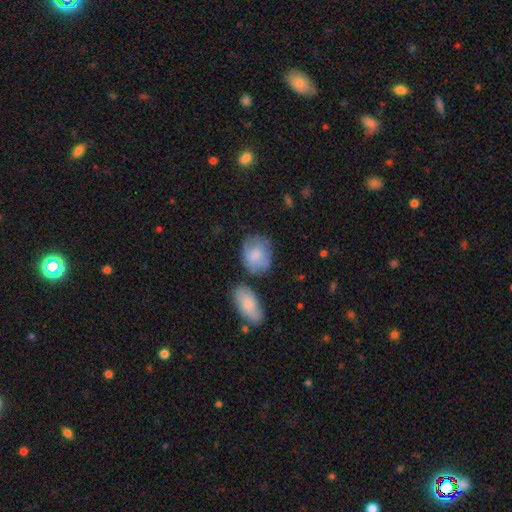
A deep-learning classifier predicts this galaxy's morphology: smooth_or_featured: smooth (p=0.70) [alt: featured or disk p=0.24]
how_rounded: round (p=0.51) [alt: in between p=0.48]
merging: none (p=0.50) [alt: minor disturbance p=0.28]